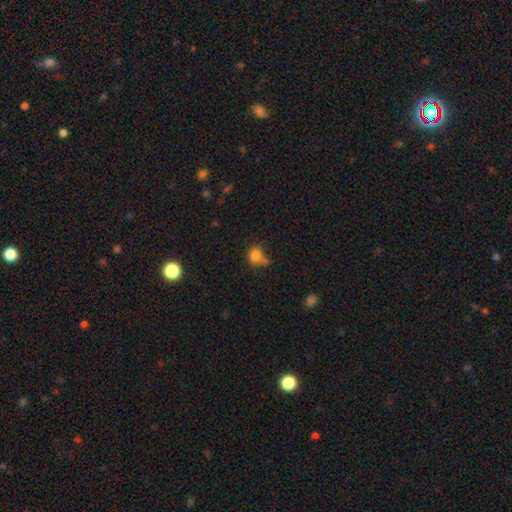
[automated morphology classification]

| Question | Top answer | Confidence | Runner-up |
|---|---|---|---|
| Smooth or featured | smooth | 81% | star or artifact (12%) |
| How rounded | round | 80% | in between (19%) |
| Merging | none | 56% | minor disturbance (20%) |